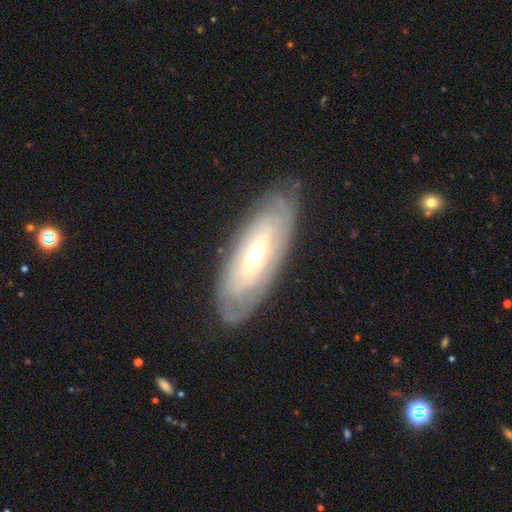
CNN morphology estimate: Overall: featured or disk (69%). Edge-on disk: no (82%). Bar: no (69%). Spiral arms: yes (67%; no 33%). Bulge size: moderate (53%; small 41%). Merging: none (81%).